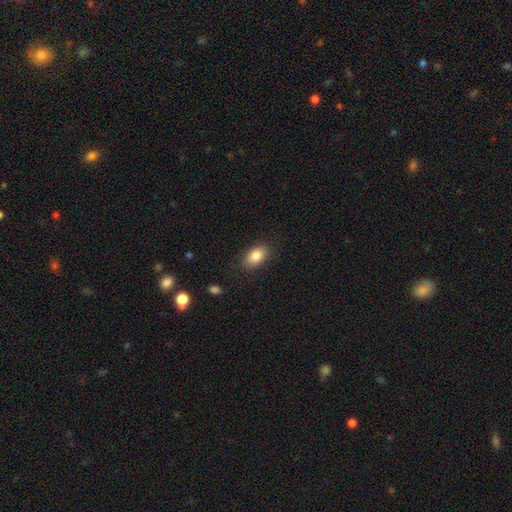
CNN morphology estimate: This appears to be a smooth galaxy with no disk features (84%) that is in between round and cigar-shaped (87%). Merging: none (85%).